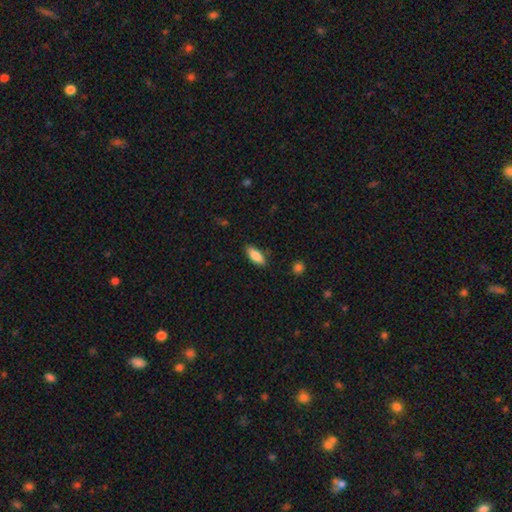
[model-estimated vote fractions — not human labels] This appears to be a smooth galaxy with no disk features (84%) that is in between round and cigar-shaped (75%). Merging: none (85%).